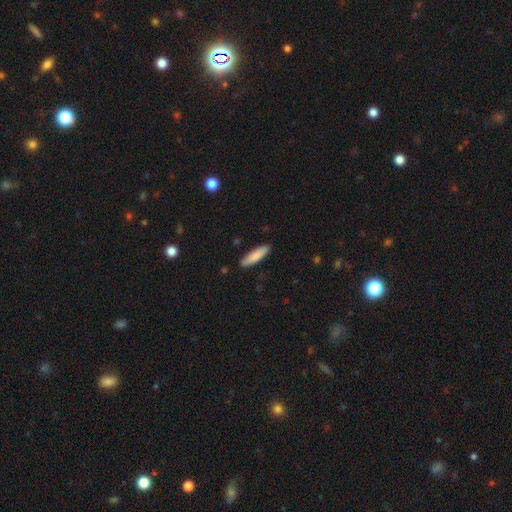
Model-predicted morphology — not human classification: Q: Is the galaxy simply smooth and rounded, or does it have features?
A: smooth — 84%.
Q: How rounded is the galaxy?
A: cigar-shaped — 75%.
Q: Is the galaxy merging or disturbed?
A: none — 88%.